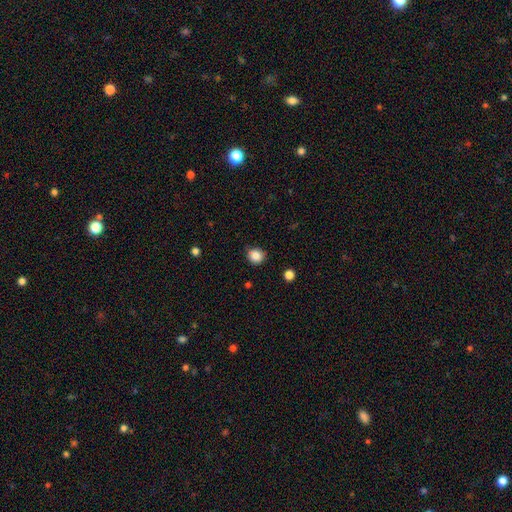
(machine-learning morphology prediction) A smooth galaxy with no disk features (85%) that is round (88%). Merging: none (84%).